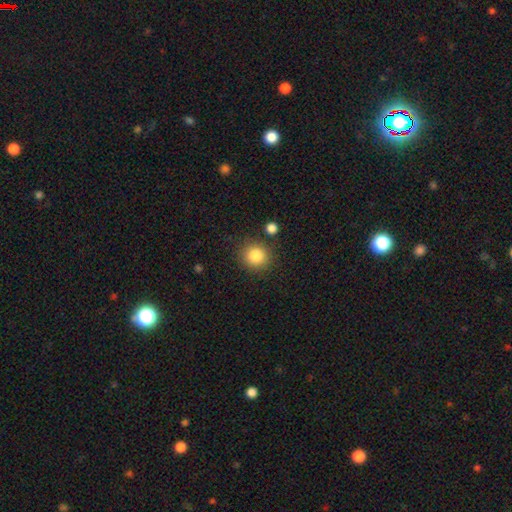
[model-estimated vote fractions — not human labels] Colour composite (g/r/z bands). It shows a smooth galaxy with no disk features (85%) that is round (88%). Merging: none (85%).